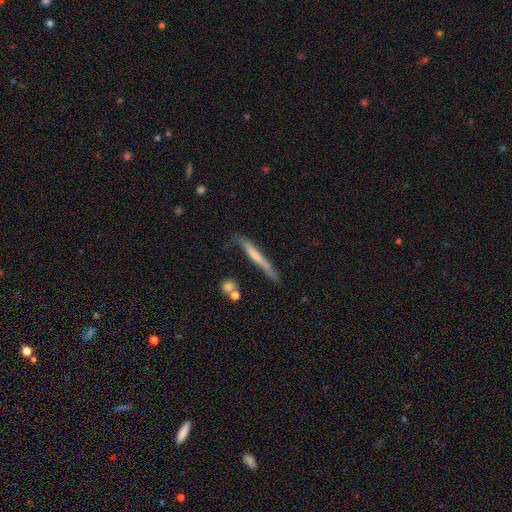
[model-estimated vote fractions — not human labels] Q: Smooth or featured?
A: smooth (54%); runner-up: featured or disk (40%)
Q: How rounded?
A: cigar-shaped (95%); runner-up: in between (3%)
Q: Merging?
A: none (66%); runner-up: minor disturbance (23%)